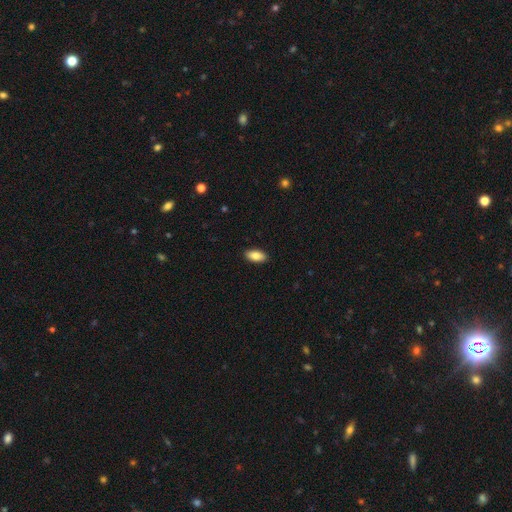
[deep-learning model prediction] smooth-or-featured: smooth: 87% | featured or disk: 7% | star or artifact: 7%
  how-rounded: in between: 91% | cigar-shaped: 6% | round: 2%
  merging: none: 90% | minor disturbance: 7% | major disturbance: 2% | merger: 1%